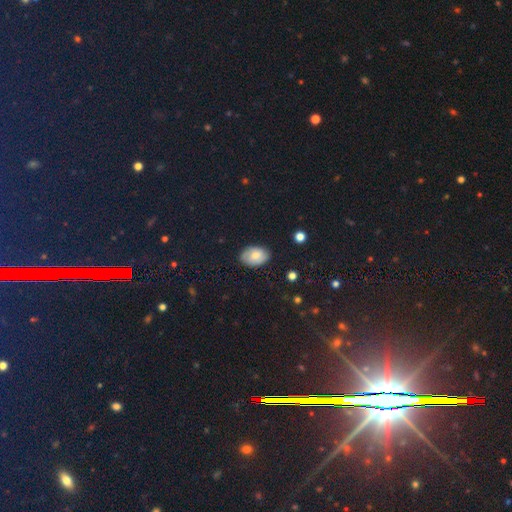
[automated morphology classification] Smooth or featured? Predicted: smooth (p=0.71). How rounded? Predicted: in between (p=0.86). Merging? Predicted: none (p=0.82).